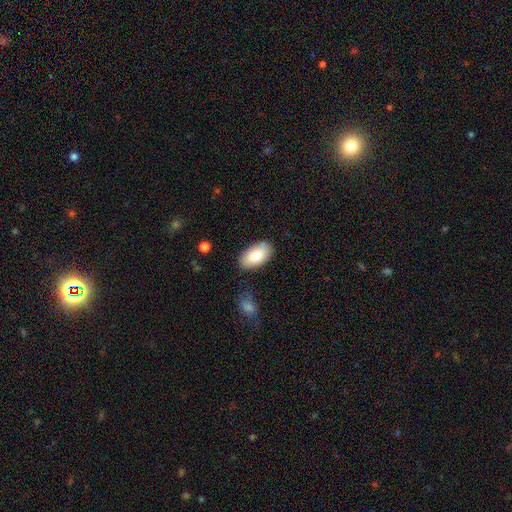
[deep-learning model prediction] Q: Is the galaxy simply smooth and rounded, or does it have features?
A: smooth — 84%.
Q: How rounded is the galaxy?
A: in between — 95%.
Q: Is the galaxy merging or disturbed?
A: none — 80%.